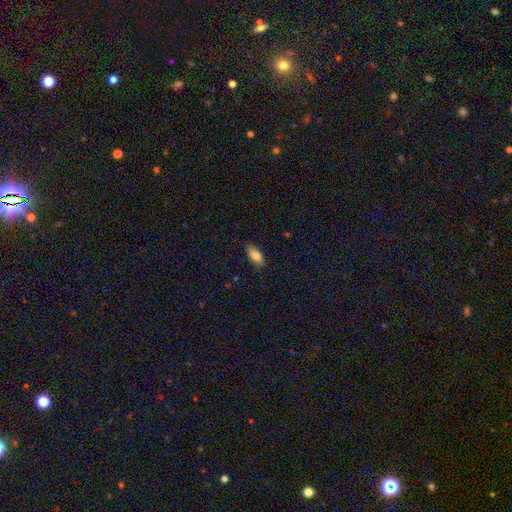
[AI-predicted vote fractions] This appears to be a smooth galaxy with no disk features (80%) that is in between round and cigar-shaped (85%). Merging: none (80%).